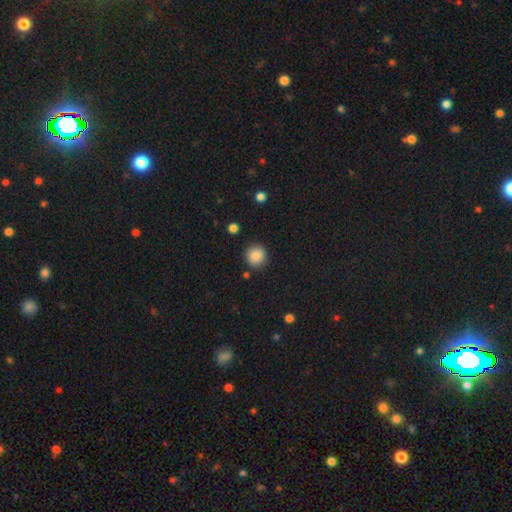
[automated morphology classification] type=smooth (87%); roundness=round (93%); merging=none (88%).